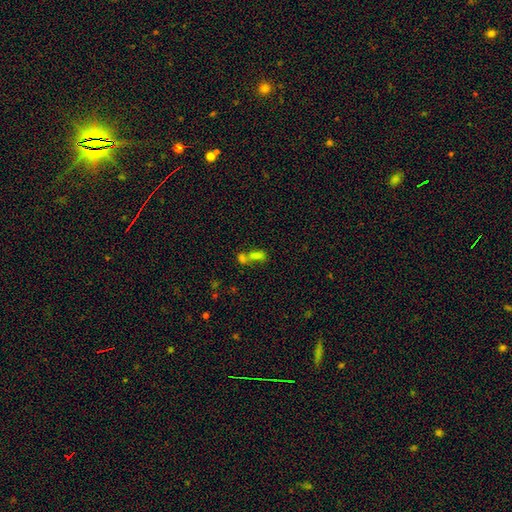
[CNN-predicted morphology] Smooth or featured? smooth (67%)
How rounded? in between (77%)
Merging? merger (64%)